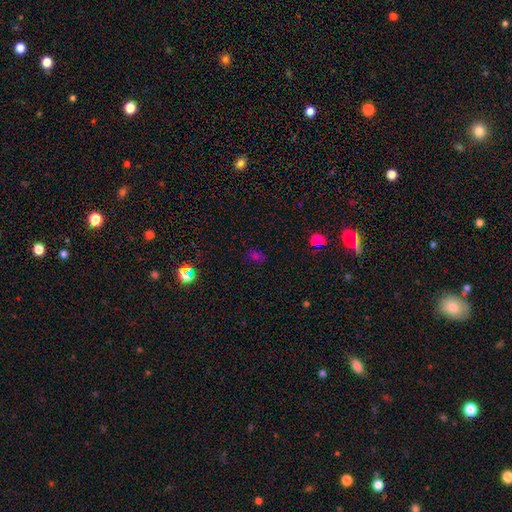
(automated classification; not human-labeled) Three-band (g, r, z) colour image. It shows a smooth galaxy with no disk features (57%) that is in between round and cigar-shaped (77%). Merging: none (76%).